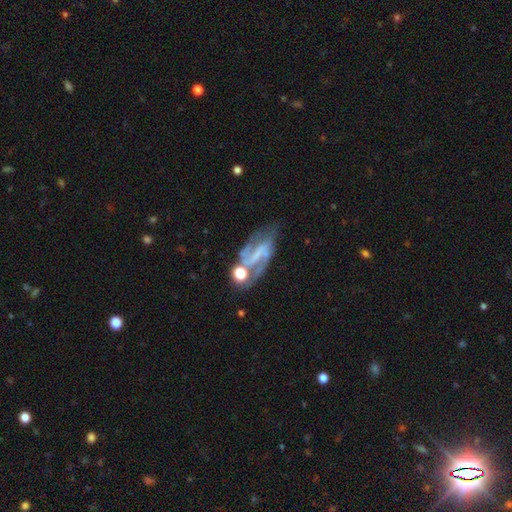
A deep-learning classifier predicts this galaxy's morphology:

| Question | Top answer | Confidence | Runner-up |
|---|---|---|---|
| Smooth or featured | featured or disk | 80% | smooth (10%) |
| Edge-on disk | no | 95% | yes (5%) |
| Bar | strong | 44% | weak (36%) |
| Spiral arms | yes | 91% | no (9%) |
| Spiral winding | medium | 46% | loose (35%) |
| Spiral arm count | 2 | 84% | can't tell (7%) |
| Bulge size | none | 54% | small (34%) |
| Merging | none | 53% | minor disturbance (21%) |